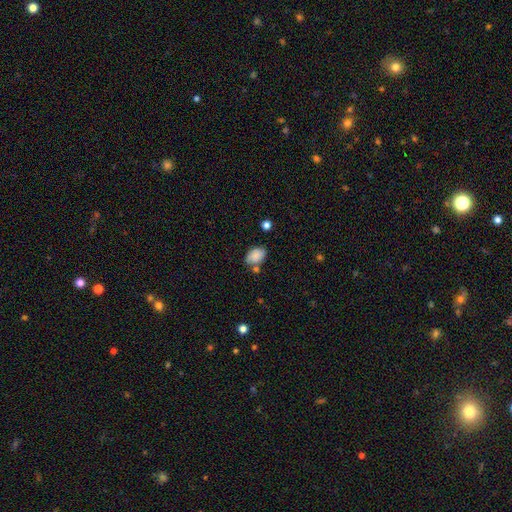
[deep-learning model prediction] Smooth or featured? Predicted: smooth (p=0.83). How rounded? Predicted: in between (p=0.80). Merging? Predicted: none (p=0.60).